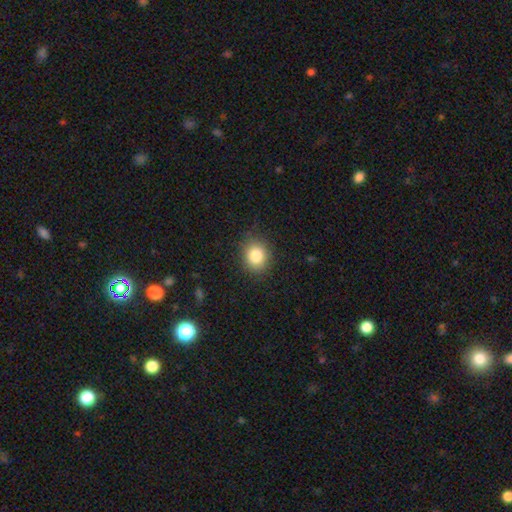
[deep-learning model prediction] This appears to be a smooth galaxy with no disk features (83%) that is round (68%). Merging: none (86%).